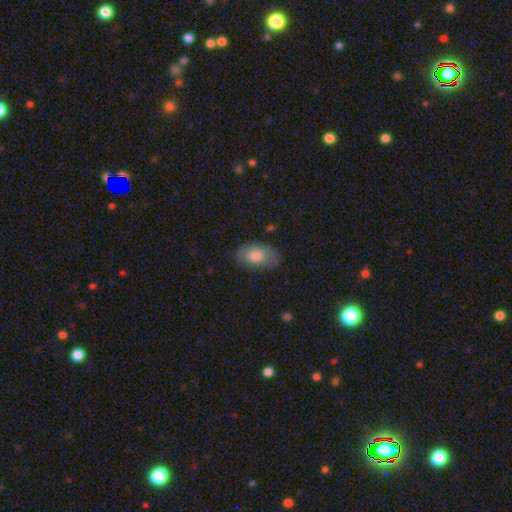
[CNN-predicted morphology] Smooth or featured? Predicted: smooth (p=0.77). How rounded? Predicted: in between (p=0.92). Merging? Predicted: none (p=0.77).